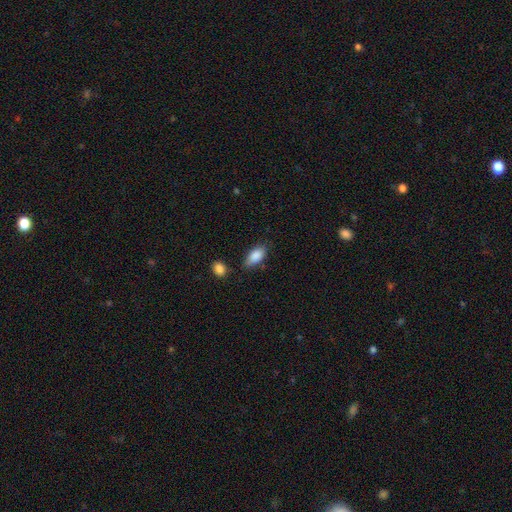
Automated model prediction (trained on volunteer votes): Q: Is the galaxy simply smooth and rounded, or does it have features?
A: smooth — 87%.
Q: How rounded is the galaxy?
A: in between — 90%.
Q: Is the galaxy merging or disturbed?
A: none — 73%.